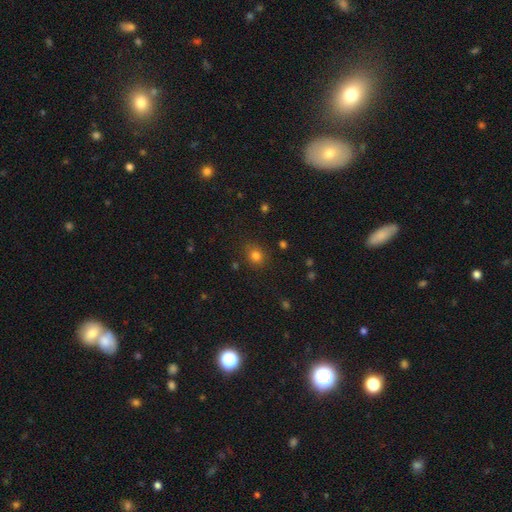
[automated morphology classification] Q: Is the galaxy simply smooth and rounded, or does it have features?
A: smooth — 79%.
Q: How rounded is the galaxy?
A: round — 70%.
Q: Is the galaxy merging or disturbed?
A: none — 83%.